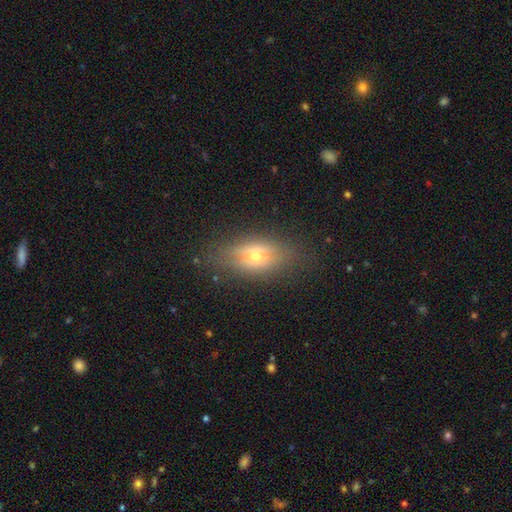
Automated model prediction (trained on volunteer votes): Q: Smooth or featured?
A: smooth (48%); runner-up: featured or disk (40%)
Q: Merging?
A: none (77%); runner-up: minor disturbance (16%)